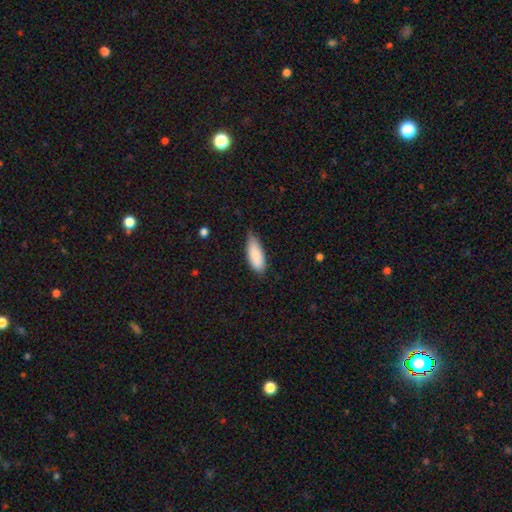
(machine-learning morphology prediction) Smooth or featured: smooth — 87% (featured or disk — 7%)
How rounded: in between — 78% (cigar-shaped — 21%)
Merging: none — 63% (minor disturbance — 32%)